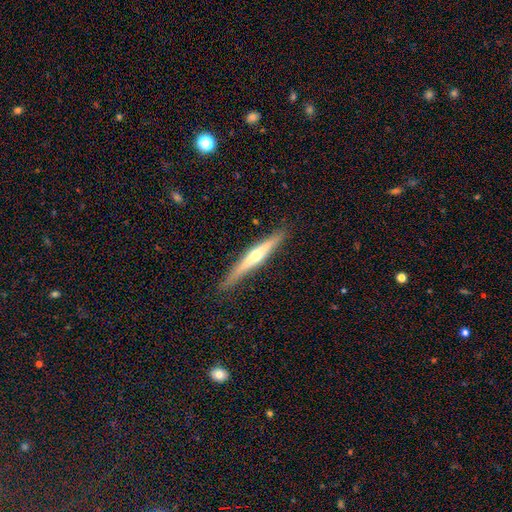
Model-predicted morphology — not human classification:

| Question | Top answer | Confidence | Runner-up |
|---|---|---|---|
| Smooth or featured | featured or disk | 69% | smooth (25%) |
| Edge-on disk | yes | 97% | no (3%) |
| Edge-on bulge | rounded | 84% | none (12%) |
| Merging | none | 90% | minor disturbance (8%) |